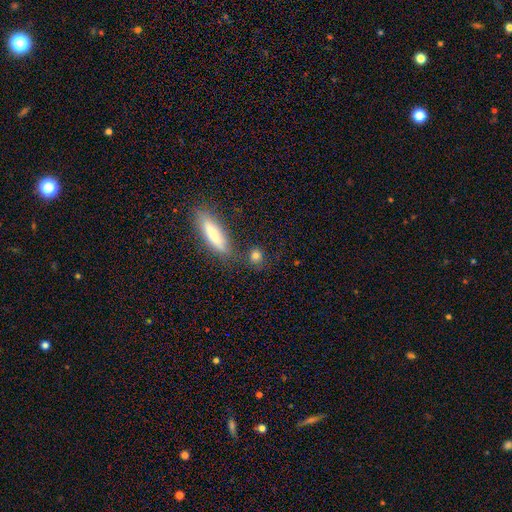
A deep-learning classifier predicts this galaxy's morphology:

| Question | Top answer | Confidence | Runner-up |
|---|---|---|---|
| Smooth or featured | smooth | 79% | star or artifact (11%) |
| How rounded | round | 65% | in between (22%) |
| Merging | none | 73% | minor disturbance (12%) |